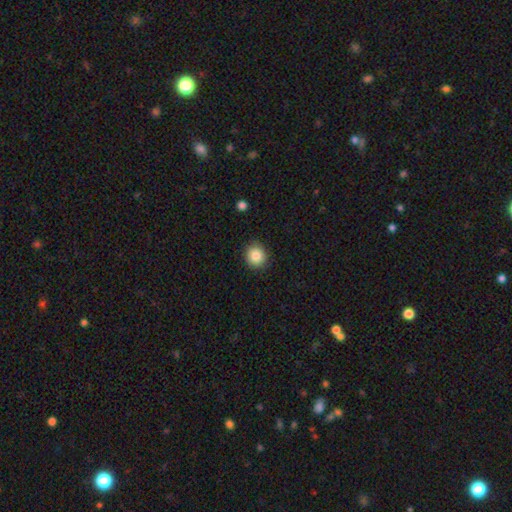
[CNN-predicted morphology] type=smooth (85%); roundness=round (87%); merging=none (90%).